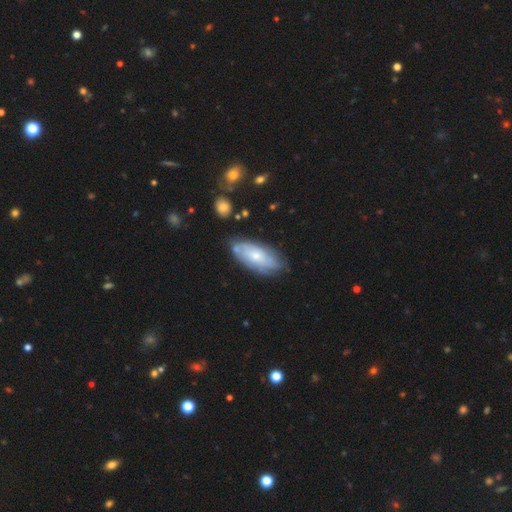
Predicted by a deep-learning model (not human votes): Smooth or featured?
  - smooth: 49% *
  - featured or disk: 45%
  - star or artifact: 6%
Merging?
  - none: 71% *
  - minor disturbance: 20%
  - major disturbance: 5%
  - merger: 4%